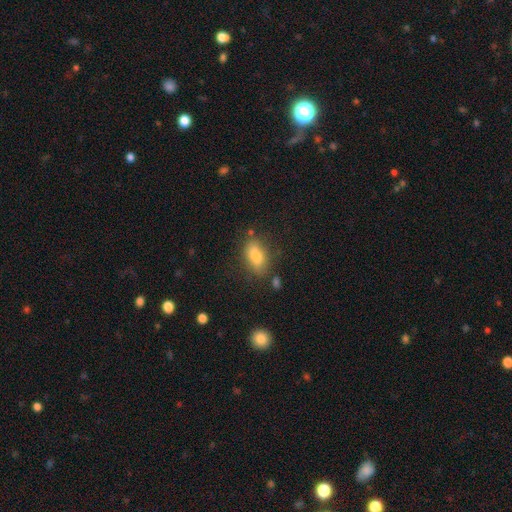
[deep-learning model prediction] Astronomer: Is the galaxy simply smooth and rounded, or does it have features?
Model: smooth — 79%.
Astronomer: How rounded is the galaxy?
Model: in between — 83%.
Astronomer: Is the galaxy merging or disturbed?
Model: none — 74%.